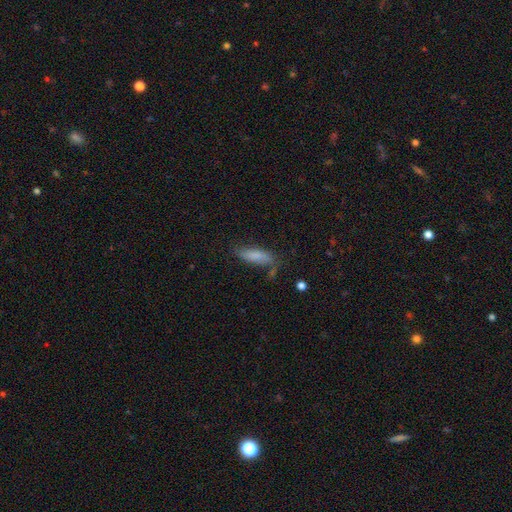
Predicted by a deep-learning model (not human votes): smooth-or-featured: smooth: 78% | featured or disk: 15% | star or artifact: 8%
  how-rounded: cigar-shaped: 49% | in between: 48% | round: 2%
  merging: none: 61% | minor disturbance: 24% | major disturbance: 9% | merger: 6%